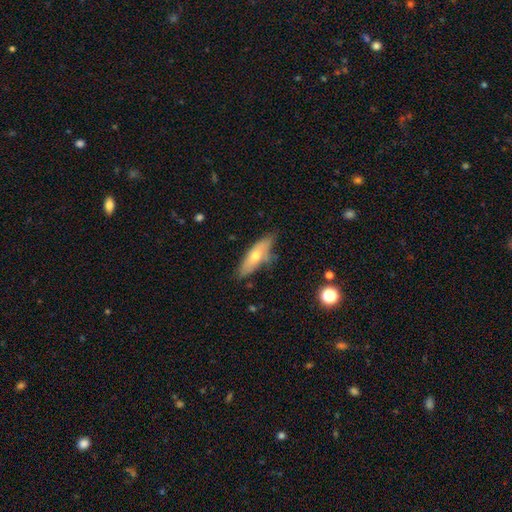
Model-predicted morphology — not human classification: A smooth galaxy with no disk features (56%) that is in between round and cigar-shaped (56%).

Vote fractions:
- Smooth or featured? smooth: 56% / featured or disk: 37% / star or artifact: 7%
- How rounded? in between: 56% / cigar-shaped: 42% / round: 3%
- Merging? none: 64% / minor disturbance: 26% / major disturbance: 6% / merger: 5%